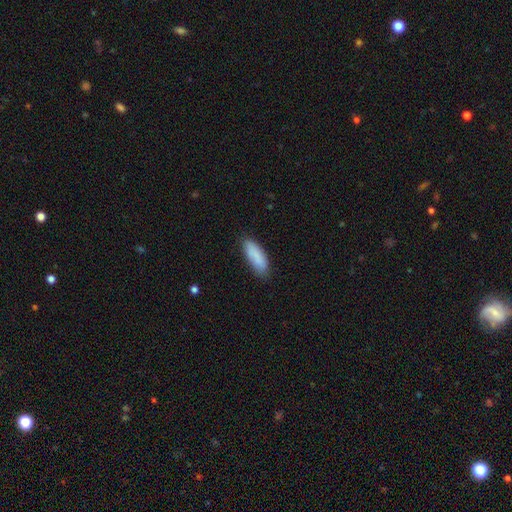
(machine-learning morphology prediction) Smooth or featured? smooth (86%)
How rounded? in between (64%)
Merging? none (79%)